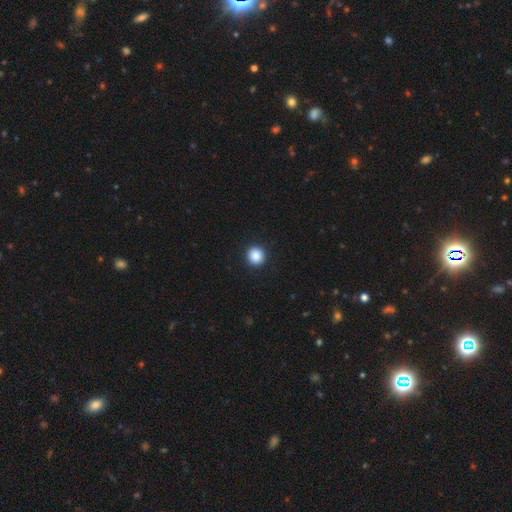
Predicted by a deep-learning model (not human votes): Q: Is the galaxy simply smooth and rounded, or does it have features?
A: smooth — 88%.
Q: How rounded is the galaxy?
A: round — 93%.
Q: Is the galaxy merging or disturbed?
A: none — 93%.